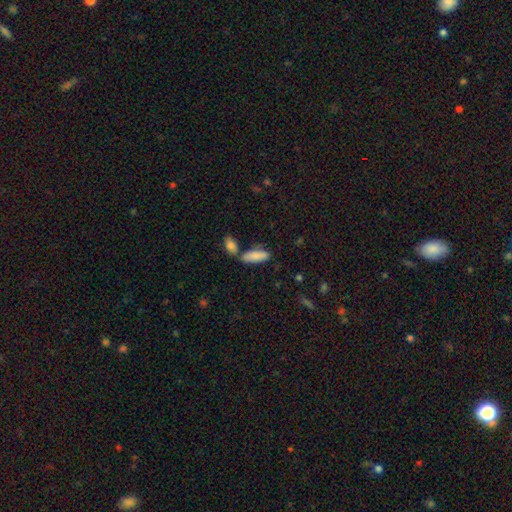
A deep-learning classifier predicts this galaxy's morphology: Smooth or featured? Predicted: smooth (p=0.86). How rounded? Predicted: in between (p=0.67). Merging? Predicted: none (p=0.62).